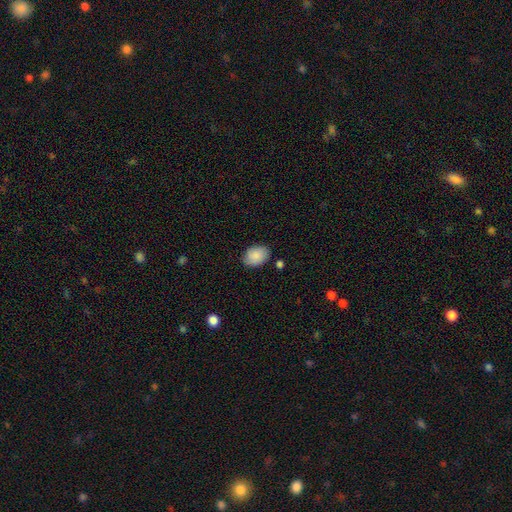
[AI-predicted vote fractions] Q: Smooth or featured?
A: smooth (88%); runner-up: star or artifact (7%)
Q: How rounded?
A: in between (75%); runner-up: round (24%)
Q: Merging?
A: none (81%); runner-up: minor disturbance (13%)